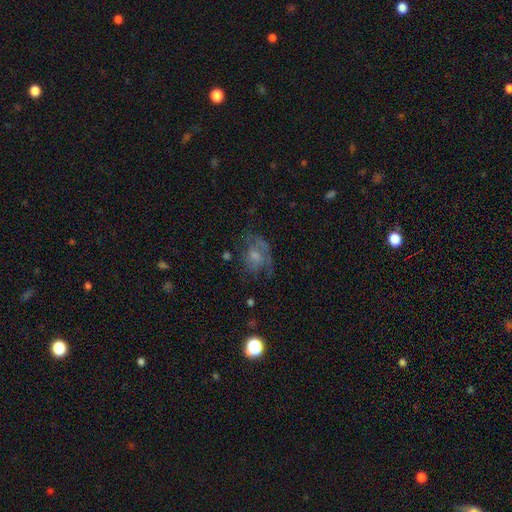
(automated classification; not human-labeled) smooth_or_featured: featured or disk (p=0.53) [alt: smooth p=0.34]
disk_edge_on: no (p=0.96) [alt: yes p=0.04]
bar: no (p=0.74) [alt: weak p=0.23]
has_spiral_arms: yes (p=0.61) [alt: no p=0.39]
bulge_size: small (p=0.39) [alt: moderate p=0.38]
merging: none (p=0.44) [alt: major disturbance p=0.30]